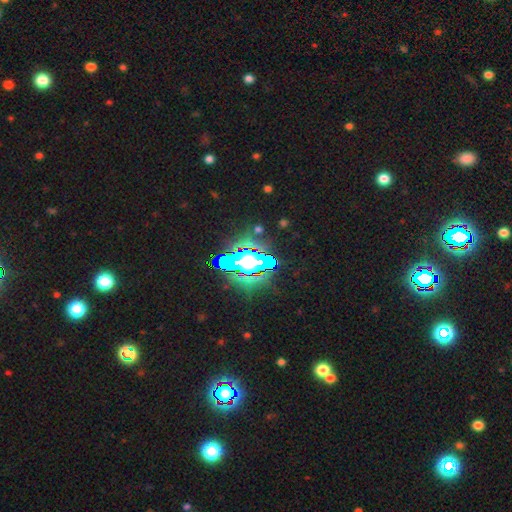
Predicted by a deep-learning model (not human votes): smooth_or_featured: star or artifact (p=0.64) [alt: smooth p=0.20]